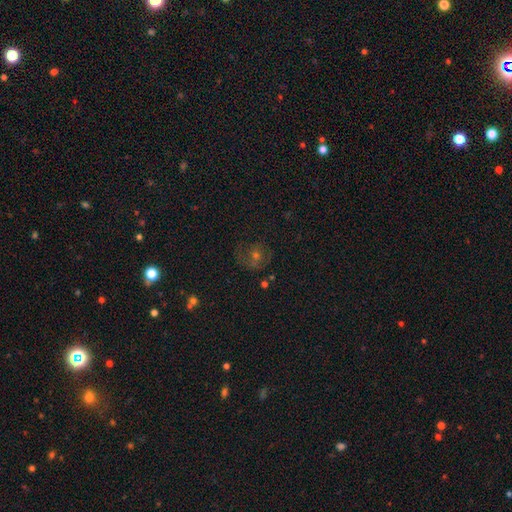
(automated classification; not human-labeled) featured or disk 44%, smooth 29%, star or artifact 27%. Down the decision tree: merging — none (61%).